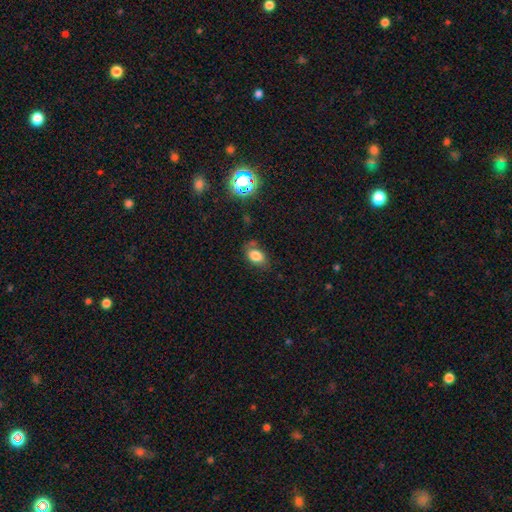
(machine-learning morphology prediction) smooth 78%, star or artifact 12%, featured or disk 10%. Down the decision tree: how rounded — in between (83%); merging — none (64%).